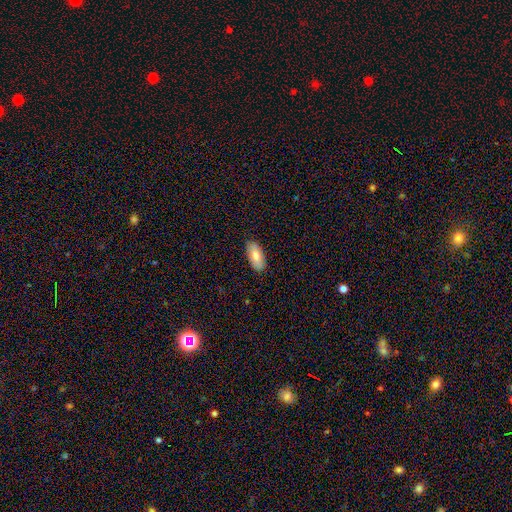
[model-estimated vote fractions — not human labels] The model was most divided on "smooth or featured": smooth: 76%, featured or disk: 18%, star or artifact: 6%. More confident: how rounded — in between (92%); merging — none (87%).